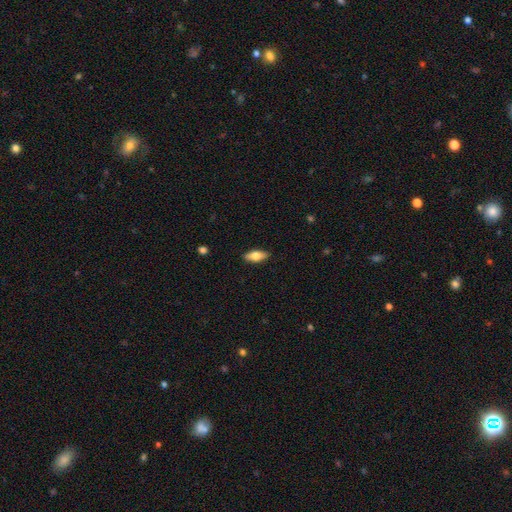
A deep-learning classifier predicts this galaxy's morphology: This is likely a smooth galaxy (67%). How rounded: likely in between (79%). Merging: clearly none (88%).